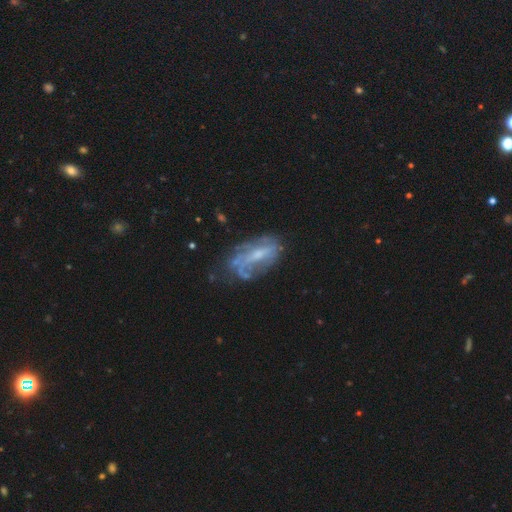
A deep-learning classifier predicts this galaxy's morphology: A featured or disk galaxy (70%) with a weak bar (43%), spiral arms (61%) and a small central bulge (47%).

Vote fractions:
- Smooth or featured? featured or disk: 70% / smooth: 21% / star or artifact: 10%
- Edge-on disk? no: 93% / yes: 7%
- Bar? weak: 43% / no: 38% / strong: 20%
- Spiral arms? yes: 61% / no: 39%
- Bulge size? small: 47% / moderate: 35% / none: 14% / large: 3% / dominant: 1%
- Merging? none: 47% / minor disturbance: 26% / major disturbance: 21% / merger: 5%